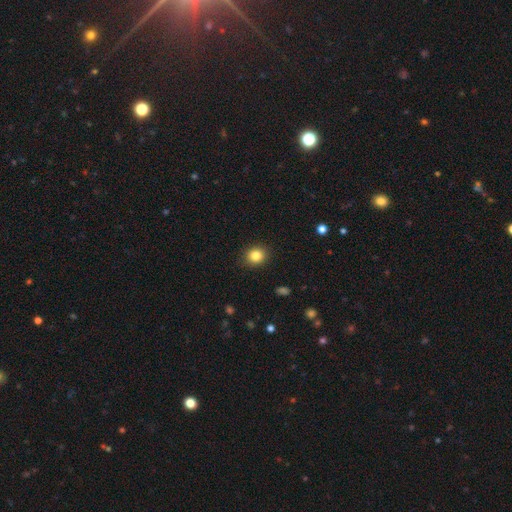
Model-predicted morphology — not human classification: This appears to be a smooth galaxy with no disk features (83%) that is round (75%). Merging: none (90%).